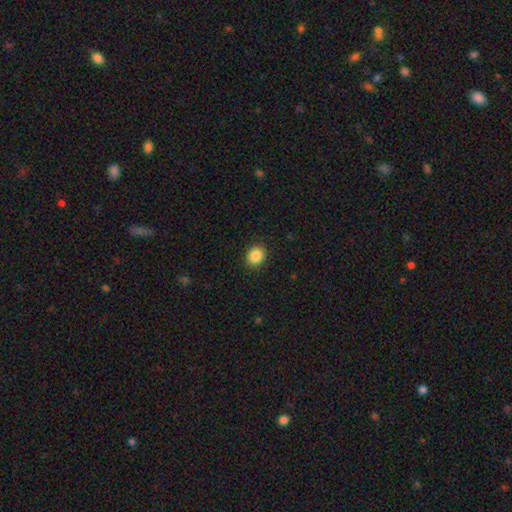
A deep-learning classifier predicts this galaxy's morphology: A smooth galaxy with no disk features (88%) that is round (60%).

Vote fractions:
- Smooth or featured? smooth: 88% / star or artifact: 9% / featured or disk: 3%
- How rounded? round: 60% / in between: 39% / cigar-shaped: 1%
- Merging? none: 90% / minor disturbance: 7% / major disturbance: 2% / merger: 1%